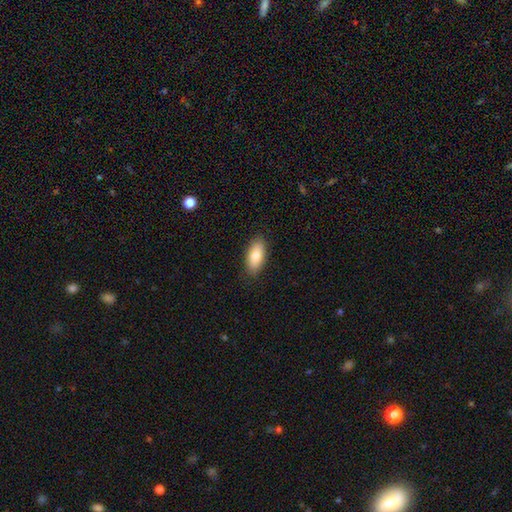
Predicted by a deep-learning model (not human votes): Q: Smooth or featured?
A: smooth (82%); runner-up: featured or disk (12%)
Q: How rounded?
A: in between (89%); runner-up: cigar-shaped (9%)
Q: Merging?
A: none (87%); runner-up: minor disturbance (10%)